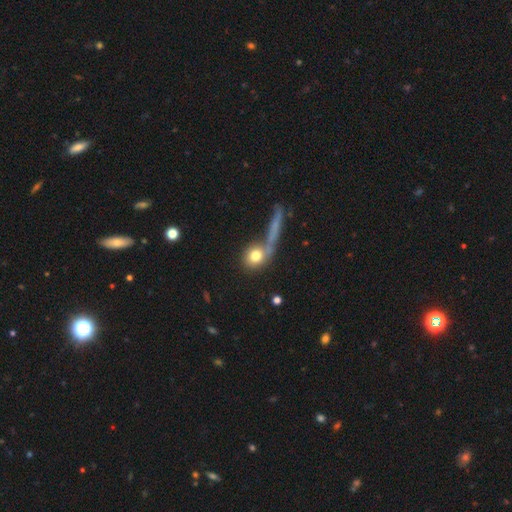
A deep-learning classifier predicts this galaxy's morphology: This appears to be a smooth galaxy with no disk features (76%) that is round (72%). Merging: none (50%).